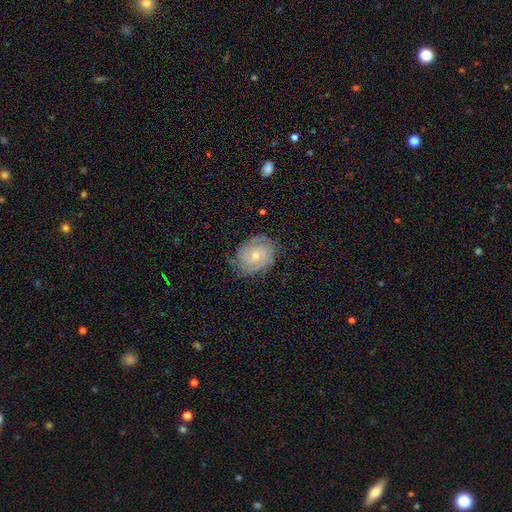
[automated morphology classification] A featured or disk galaxy (77%) with no bar (74%), tight (75%) spiral arms (95%) and a small central bulge (55%).

Vote fractions:
- Smooth or featured? featured or disk: 77% / smooth: 14% / star or artifact: 9%
- Edge-on disk? no: 97% / yes: 3%
- Bar? no: 74% / weak: 22% / strong: 5%
- Spiral arms? yes: 95% / no: 5%
- Spiral winding? tight: 75% / medium: 21% / loose: 5%
- Spiral arm count? can't tell: 31% / 2: 23% / 3: 22% / 4: 12% / more than 4: 6% / 1: 6%
- Bulge size? small: 55% / moderate: 41% / large: 1% / none: 1% / dominant: 1%
- Merging? none: 79% / minor disturbance: 15% / major disturbance: 5% / merger: 1%